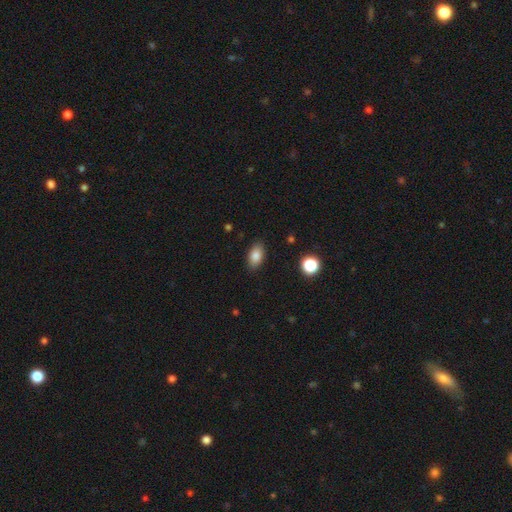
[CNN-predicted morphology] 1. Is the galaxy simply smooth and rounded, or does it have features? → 84% smooth, 9% star or artifact, 7% featured or disk.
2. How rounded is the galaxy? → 90% in between, 8% round, 3% cigar-shaped.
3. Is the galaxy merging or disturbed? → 87% none, 9% minor disturbance, 2% major disturbance, 1% merger.